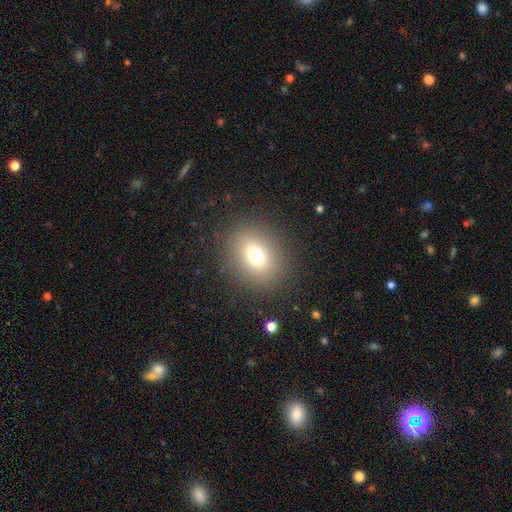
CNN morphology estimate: type=smooth (72%); roundness=round (60%); merging=none (87%).